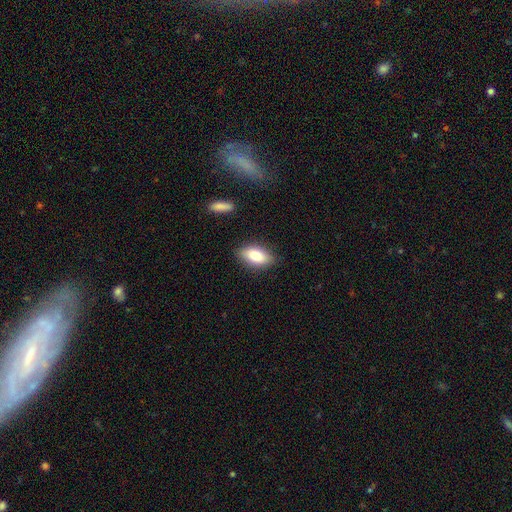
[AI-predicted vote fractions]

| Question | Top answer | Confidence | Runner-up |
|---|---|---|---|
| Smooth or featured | smooth | 78% | featured or disk (14%) |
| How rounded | in between | 88% | cigar-shaped (7%) |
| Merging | none | 83% | minor disturbance (12%) |